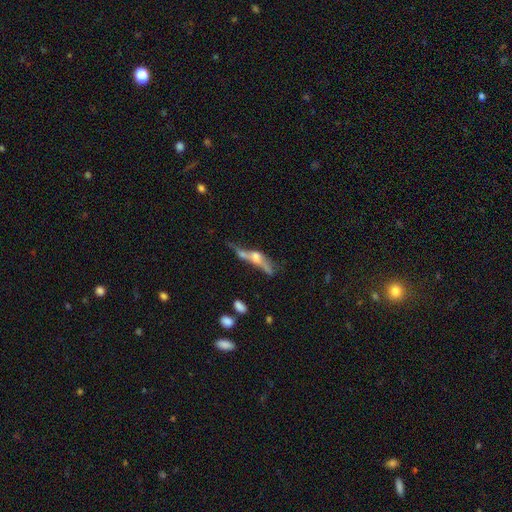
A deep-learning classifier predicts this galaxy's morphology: A featured or disk galaxy (58%) viewed edge-on (59%). Merging: merger (35%).